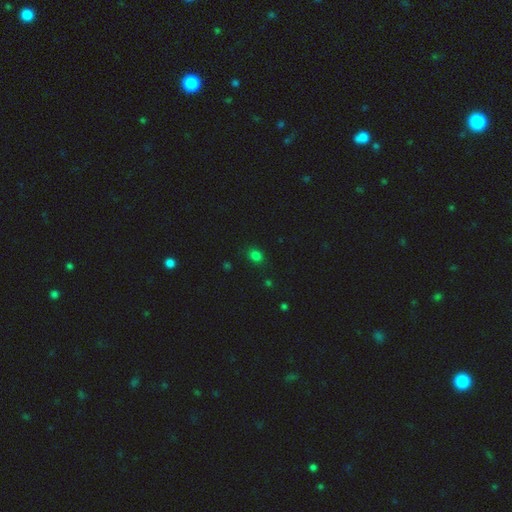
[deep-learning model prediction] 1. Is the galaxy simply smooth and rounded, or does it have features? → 78% smooth, 18% star or artifact, 4% featured or disk.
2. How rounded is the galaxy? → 50% round, 49% in between, 1% cigar-shaped.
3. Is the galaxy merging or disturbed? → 85% none, 11% minor disturbance, 3% major disturbance, 2% merger.